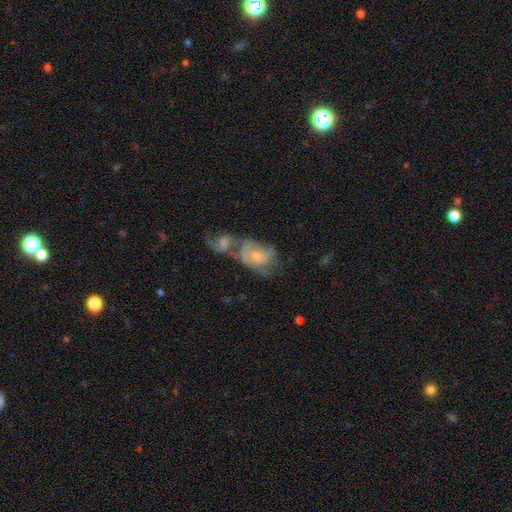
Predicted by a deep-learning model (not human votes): Q: Smooth or featured?
A: featured or disk (73%); runner-up: smooth (19%)
Q: Edge-on disk?
A: no (97%); runner-up: yes (3%)
Q: Bar?
A: no (71%); runner-up: weak (25%)
Q: Spiral arms?
A: yes (85%); runner-up: no (15%)
Q: Spiral winding?
A: medium (44%); runner-up: tight (34%)
Q: Spiral arm count?
A: 2 (46%); runner-up: can't tell (27%)
Q: Bulge size?
A: small (47%); runner-up: moderate (45%)
Q: Merging?
A: merger (60%); runner-up: none (17%)